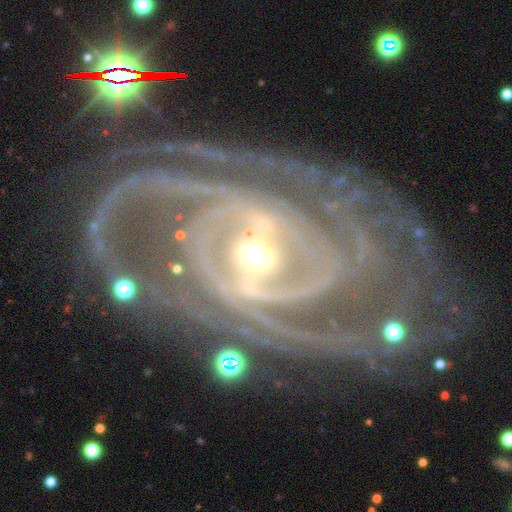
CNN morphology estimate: This appears to be a featured or disk galaxy (93%) with a strong bar (47%), 2 (31%) tight (63%) spiral arms (98%) and a small central bulge (49%). Merging: none (61%).